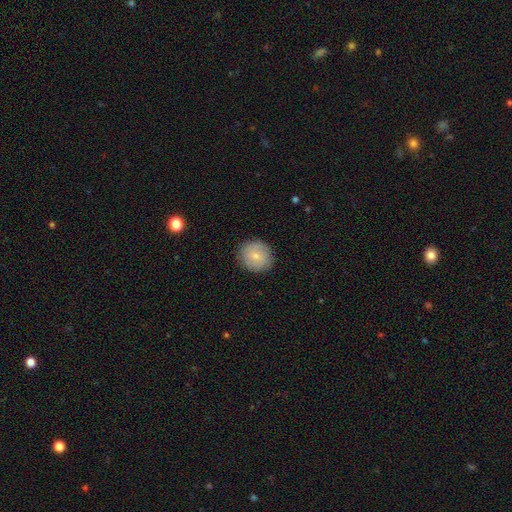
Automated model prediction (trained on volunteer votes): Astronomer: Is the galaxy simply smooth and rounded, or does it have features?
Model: smooth — 70%.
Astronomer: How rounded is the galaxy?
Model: round — 85%.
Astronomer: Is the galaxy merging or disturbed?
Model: none — 87%.